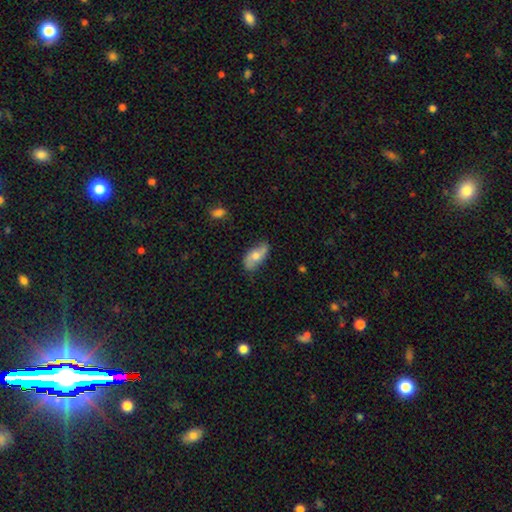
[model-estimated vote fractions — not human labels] Smooth or featured? Predicted: smooth (p=0.50). How rounded? Predicted: in between (p=0.87). Merging? Predicted: none (p=0.67).